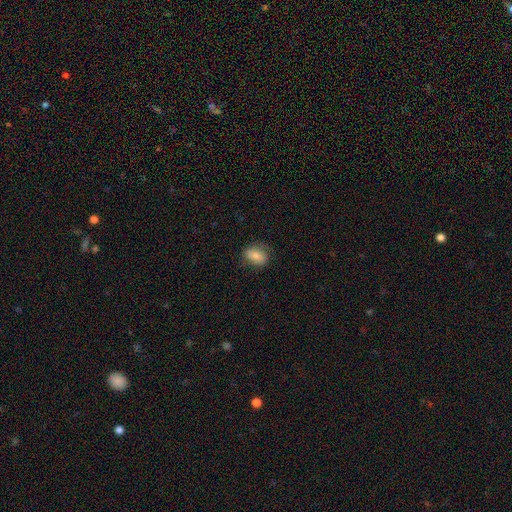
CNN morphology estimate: This is likely a smooth galaxy (77%). How rounded: likely in between (70%). Merging: likely none (78%).